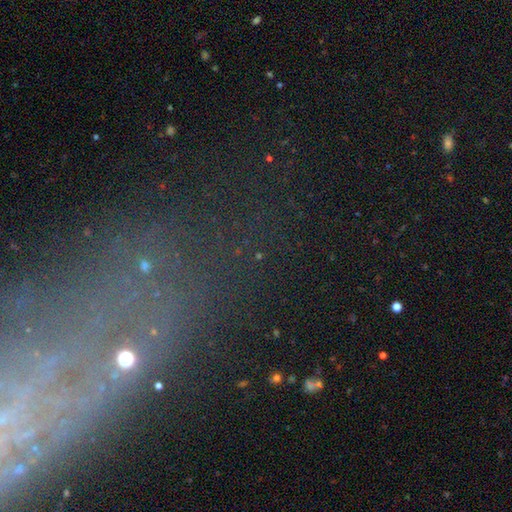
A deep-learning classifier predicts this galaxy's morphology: Smooth or featured: star or artifact — 49% (featured or disk — 32%)